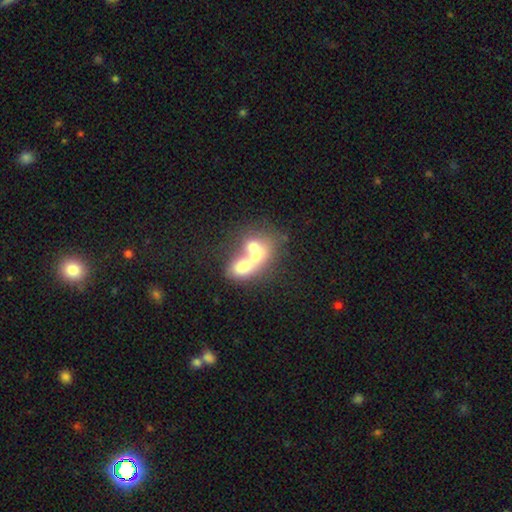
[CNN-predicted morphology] Smooth or featured? smooth (57%)
How rounded? in between (57%)
Merging? merger (75%)